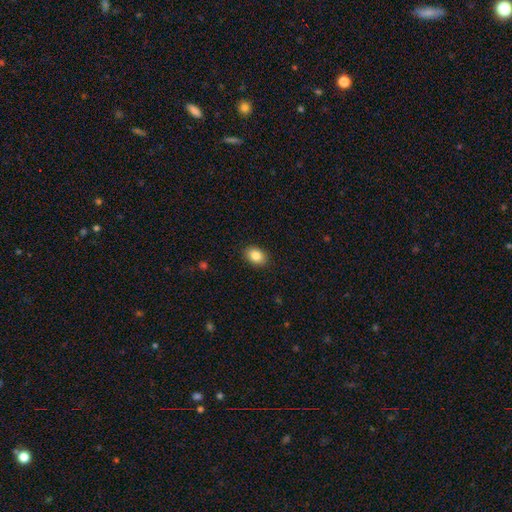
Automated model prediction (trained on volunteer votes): A smooth galaxy with no disk features (86%) that is in between round and cigar-shaped (77%).

Vote fractions:
- Smooth or featured? smooth: 86% / star or artifact: 8% / featured or disk: 6%
- How rounded? in between: 77% / round: 22% / cigar-shaped: 1%
- Merging? none: 89% / minor disturbance: 8% / major disturbance: 2% / merger: 1%